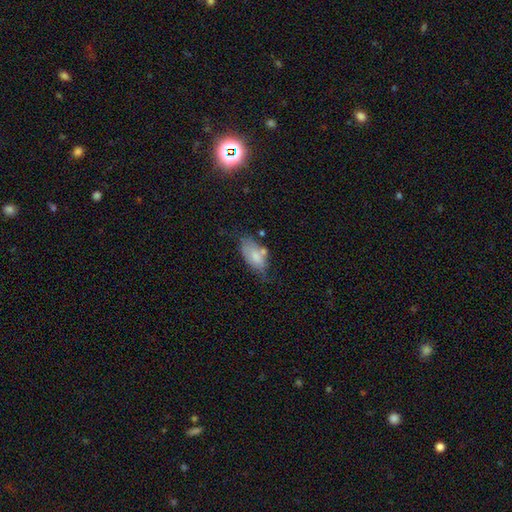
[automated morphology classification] smooth_or_featured: smooth (p=0.71) [alt: featured or disk p=0.21]
how_rounded: in between (p=0.91) [alt: cigar-shaped p=0.05]
merging: none (p=0.42) [alt: minor disturbance p=0.32]